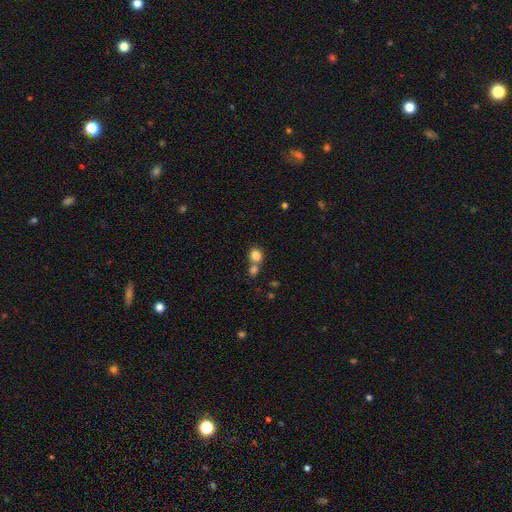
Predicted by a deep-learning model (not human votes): smooth 83%, star or artifact 10%, featured or disk 7%. Down the decision tree: how rounded — round (69%); merging — none (45%).